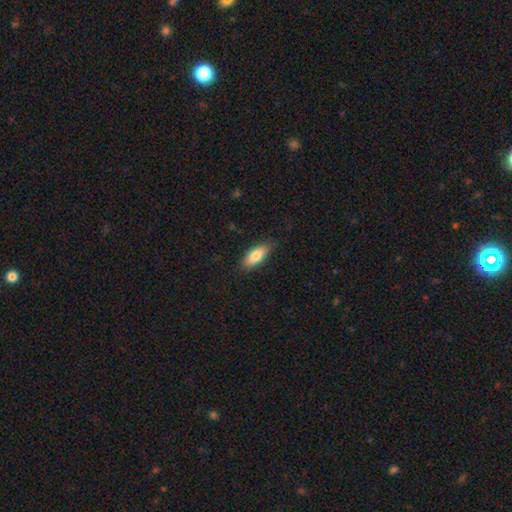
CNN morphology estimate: type=smooth (79%); roundness=in between (79%); merging=none (82%).